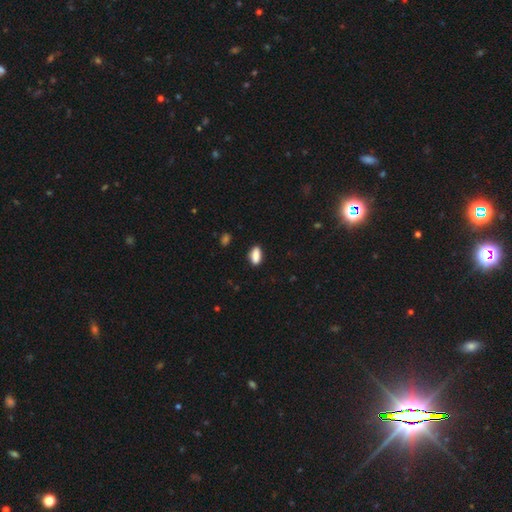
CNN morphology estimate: This is clearly a smooth galaxy (88%). How rounded: clearly in between (86%). Merging: clearly none (83%).